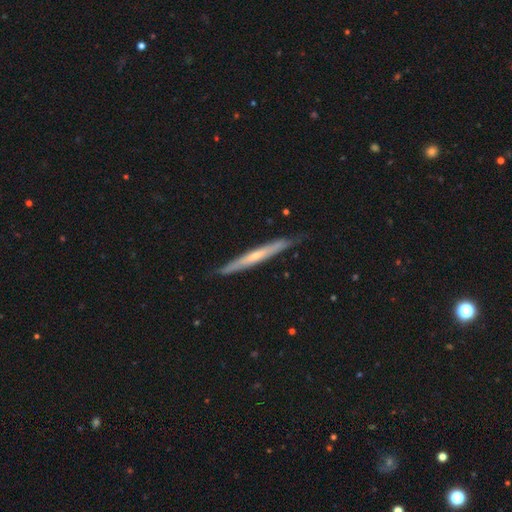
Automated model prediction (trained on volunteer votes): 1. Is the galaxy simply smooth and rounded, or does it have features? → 58% featured or disk, 36% smooth, 6% star or artifact.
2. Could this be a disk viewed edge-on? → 93% yes, 7% no.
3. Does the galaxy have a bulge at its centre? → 51% none, 45% rounded, 4% boxy.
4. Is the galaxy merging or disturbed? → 83% none, 14% minor disturbance, 2% major disturbance, 1% merger.